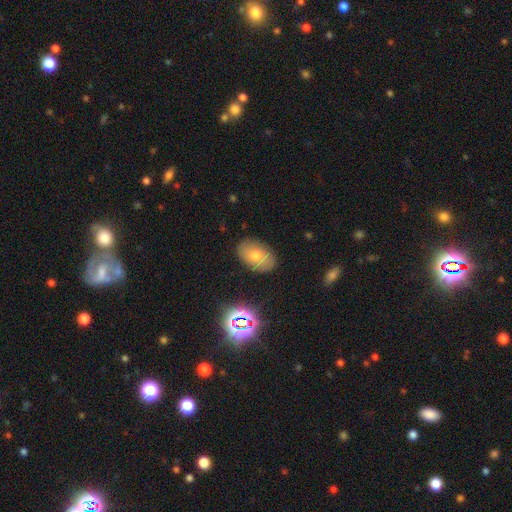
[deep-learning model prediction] Overall: smooth (62%; featured or disk 23%). How rounded: in between (88%). Merging: none (85%).